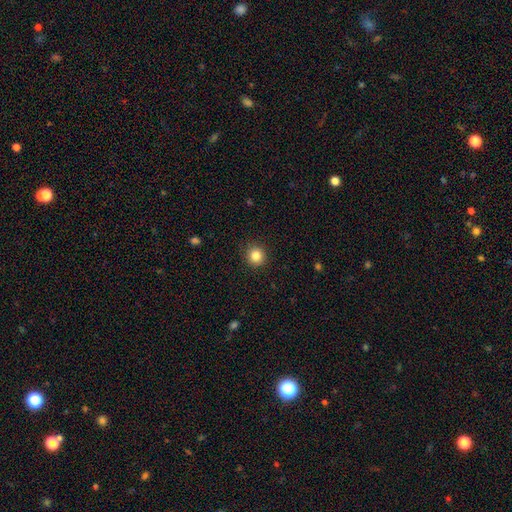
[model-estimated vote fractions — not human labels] smooth 84%, star or artifact 11%, featured or disk 5%. Down the decision tree: how rounded — round (90%); merging — none (90%).